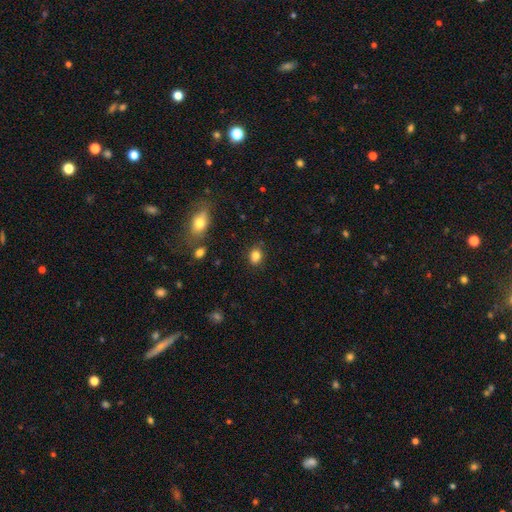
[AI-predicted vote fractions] smooth-or-featured: smooth: 83% | star or artifact: 11% | featured or disk: 6%
  how-rounded: in between: 53% | round: 46% | cigar-shaped: 1%
  merging: none: 83% | minor disturbance: 11% | merger: 3% | major disturbance: 3%